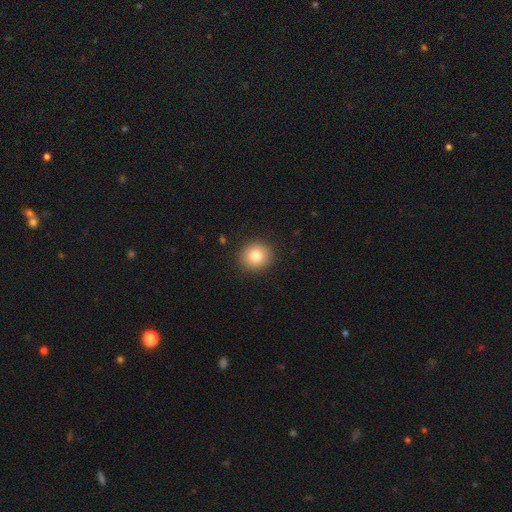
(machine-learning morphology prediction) Overall: smooth (81%). How rounded: round (87%). Merging: none (91%).